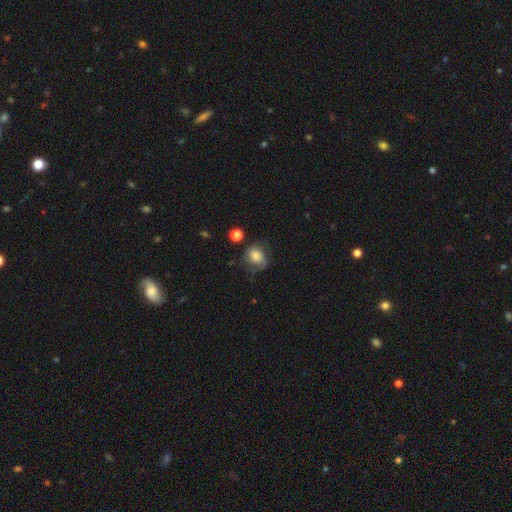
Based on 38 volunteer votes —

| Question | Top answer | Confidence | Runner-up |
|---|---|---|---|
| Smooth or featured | smooth | 82% | featured or disk (13%) |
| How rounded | round | 68% | in between (32%) |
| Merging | none | 53% | minor disturbance (39%) |